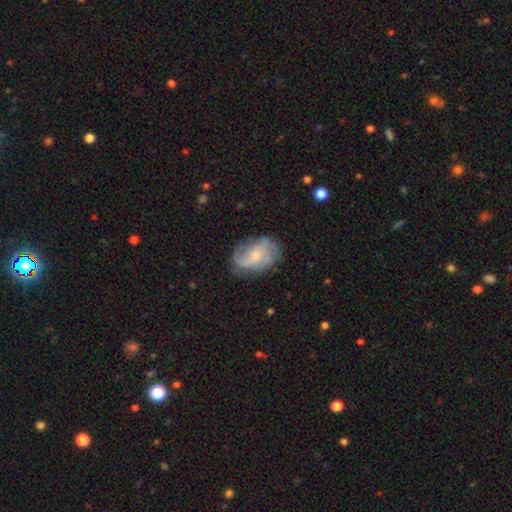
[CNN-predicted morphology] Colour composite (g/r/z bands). It shows a featured or disk galaxy (64%) with no bar (58%), 2 (51%) medium (41%) spiral arms (84%) and a small central bulge (43%). Merging: none (63%).